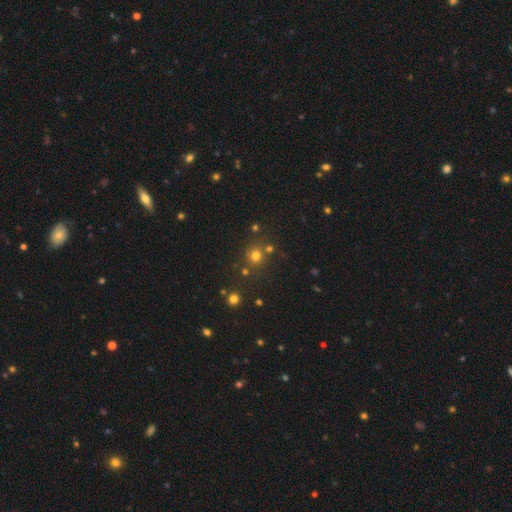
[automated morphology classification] Q: Smooth or featured?
A: smooth (73%); runner-up: star or artifact (21%)
Q: How rounded?
A: round (89%); runner-up: in between (10%)
Q: Merging?
A: none (77%); runner-up: merger (11%)